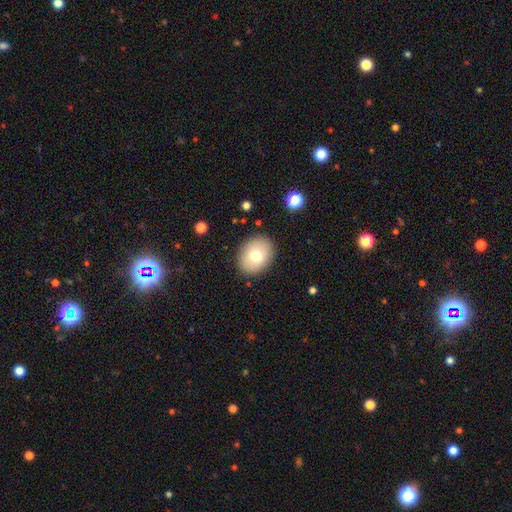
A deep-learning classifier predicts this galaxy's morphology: type=smooth (73%); roundness=in between (59%); merging=none (87%).